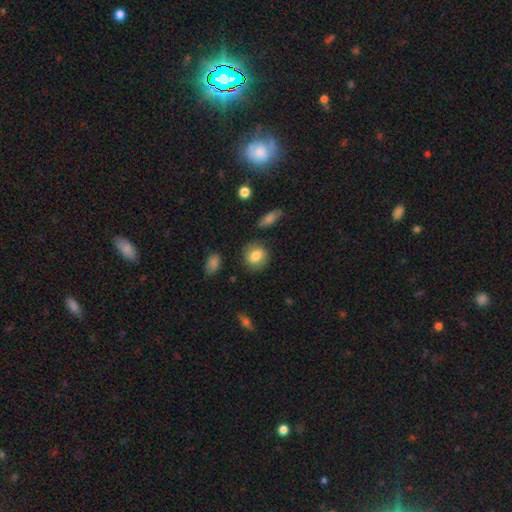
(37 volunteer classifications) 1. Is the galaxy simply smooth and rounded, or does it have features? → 81% smooth, 11% featured or disk, 8% star or artifact.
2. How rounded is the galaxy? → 63% round, 37% in between, 0% cigar-shaped.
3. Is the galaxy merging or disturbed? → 79% none, 12% minor disturbance, 9% major disturbance, 0% merger.